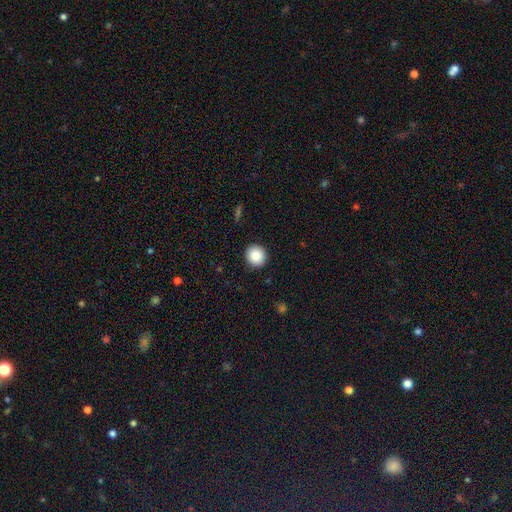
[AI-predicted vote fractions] Smooth or featured? Predicted: smooth (p=0.86). How rounded? Predicted: round (p=0.91). Merging? Predicted: none (p=0.92).